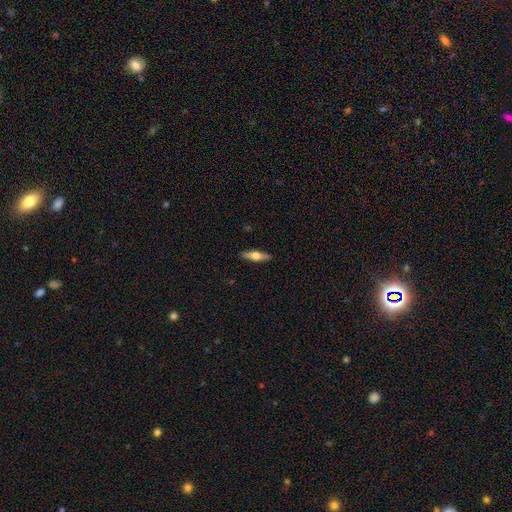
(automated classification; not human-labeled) Morphology: type=smooth (49%); merging=none (90%).